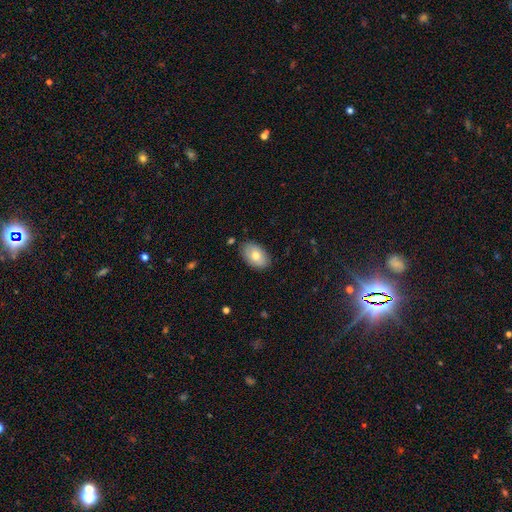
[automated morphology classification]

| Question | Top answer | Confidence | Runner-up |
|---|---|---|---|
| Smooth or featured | smooth | 73% | featured or disk (20%) |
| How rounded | in between | 92% | round (7%) |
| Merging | none | 83% | minor disturbance (13%) |